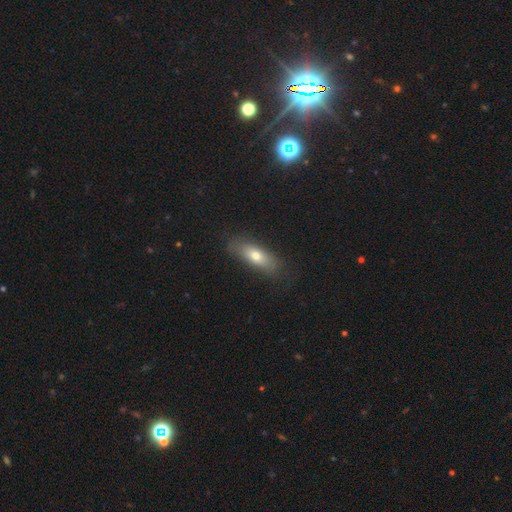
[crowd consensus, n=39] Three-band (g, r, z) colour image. It shows a smooth galaxy with no disk features (69%) that is in between round and cigar-shaped (56%). Merging: none (78%).